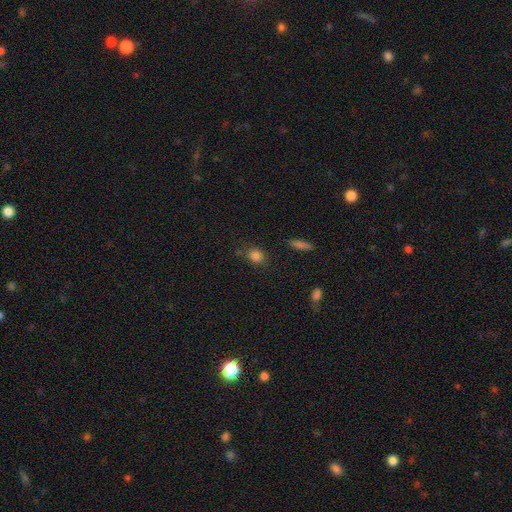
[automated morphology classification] The model was most divided on "how rounded": round: 59%, in between: 39%, cigar-shaped: 2%. More confident: smooth or featured — smooth (82%); merging — none (79%).